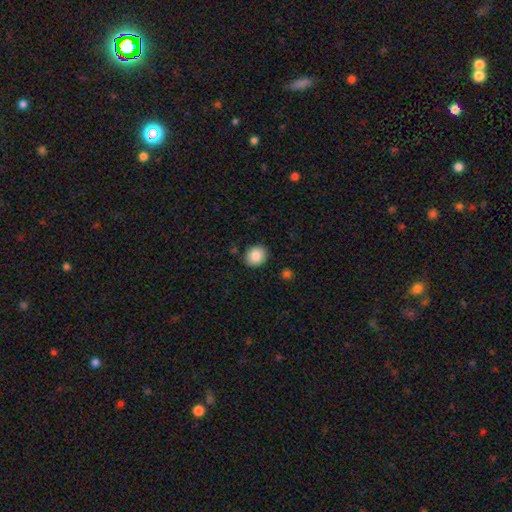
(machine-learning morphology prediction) This appears to be a smooth galaxy with no disk features (87%) that is round (70%). Merging: none (88%).